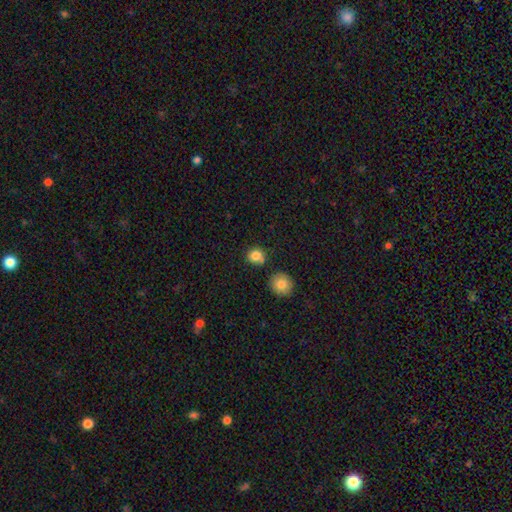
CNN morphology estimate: Smooth or featured: smooth — 83% (star or artifact — 11%)
How rounded: round — 83% (in between — 16%)
Merging: none — 73% (minor disturbance — 13%)